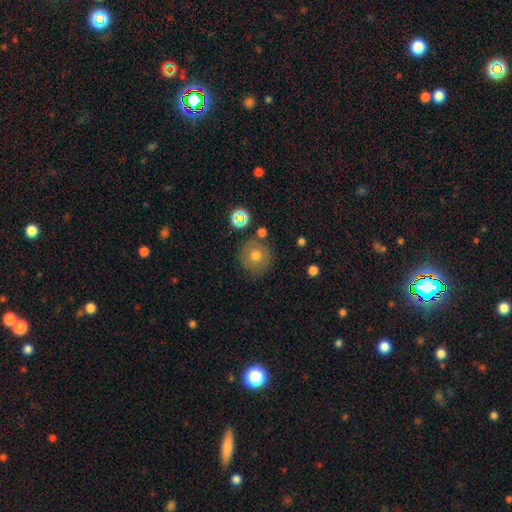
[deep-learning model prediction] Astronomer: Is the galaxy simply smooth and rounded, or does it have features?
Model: smooth — 66%.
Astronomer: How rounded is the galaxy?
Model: round — 93%.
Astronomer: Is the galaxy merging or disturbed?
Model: none — 78%.